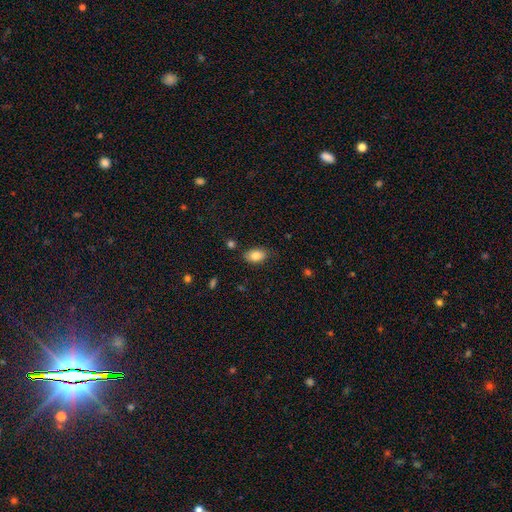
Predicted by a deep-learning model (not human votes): Smooth or featured?
  - smooth: 83% *
  - featured or disk: 9%
  - star or artifact: 8%
How rounded?
  - in between: 88% *
  - round: 10%
  - cigar-shaped: 2%
Merging?
  - none: 81% *
  - minor disturbance: 14%
  - major disturbance: 3%
  - merger: 2%